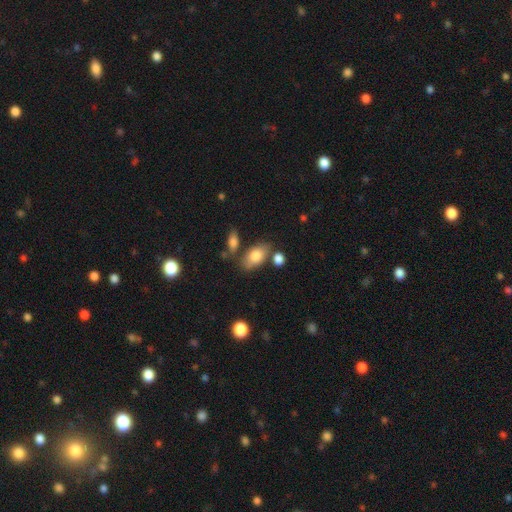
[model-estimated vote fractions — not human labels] A smooth galaxy with no disk features (80%) that is in between round and cigar-shaped (91%). Merging: none (69%).